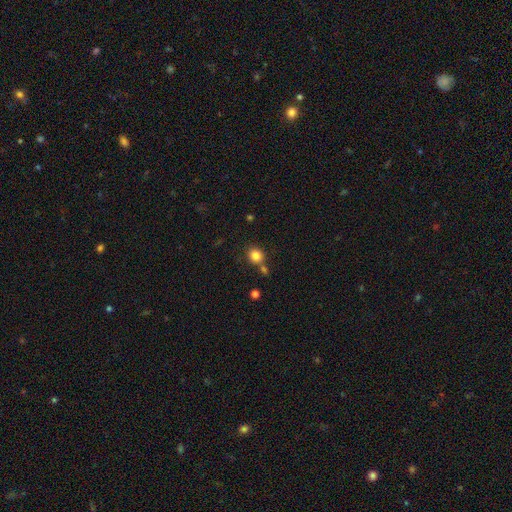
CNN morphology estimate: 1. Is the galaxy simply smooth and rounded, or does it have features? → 83% smooth, 11% star or artifact, 6% featured or disk.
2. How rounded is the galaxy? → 83% round, 16% in between, 1% cigar-shaped.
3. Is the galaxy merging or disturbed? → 70% none, 16% merger, 11% minor disturbance, 3% major disturbance.